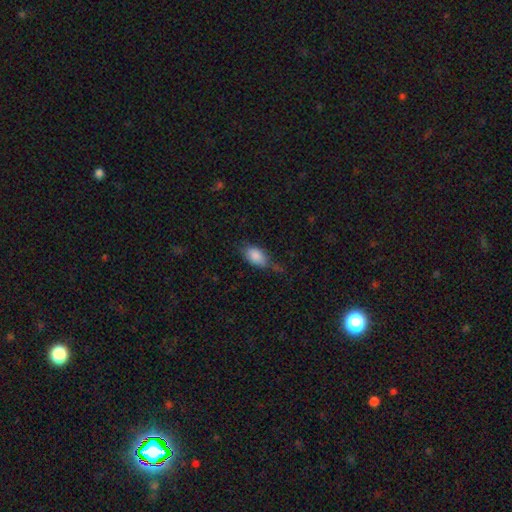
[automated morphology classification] A smooth galaxy with no disk features (85%) that is in between round and cigar-shaped (90%). Merging: none (51%).